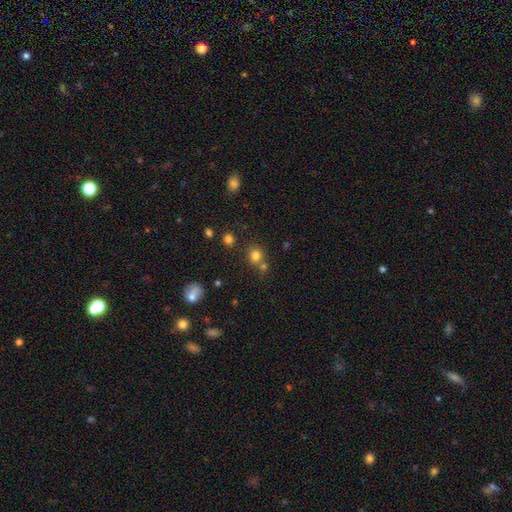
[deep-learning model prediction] Overall: smooth (78%). How rounded: round (86%). Merging: none (65%).